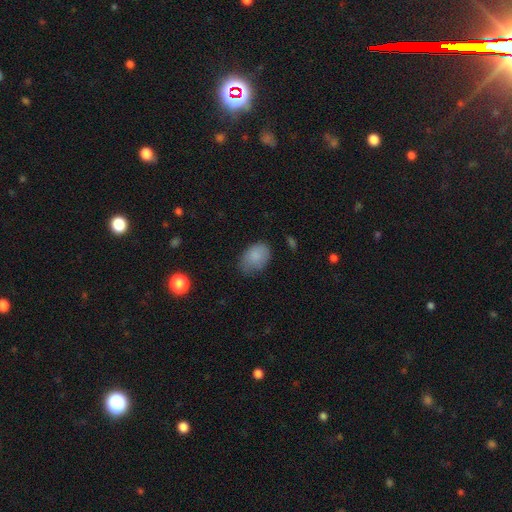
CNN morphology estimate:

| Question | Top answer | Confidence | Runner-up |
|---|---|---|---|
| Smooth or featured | smooth | 85% | star or artifact (8%) |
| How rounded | in between | 80% | round (19%) |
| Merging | none | 59% | minor disturbance (32%) |